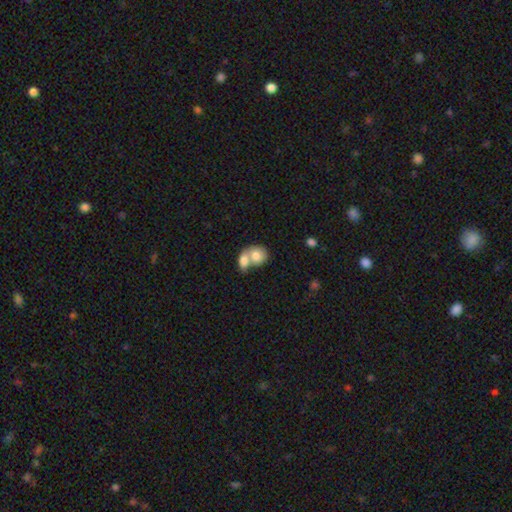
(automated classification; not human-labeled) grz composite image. It shows a smooth galaxy with no disk features (77%) that is round (52%). Merging: merger (73%).